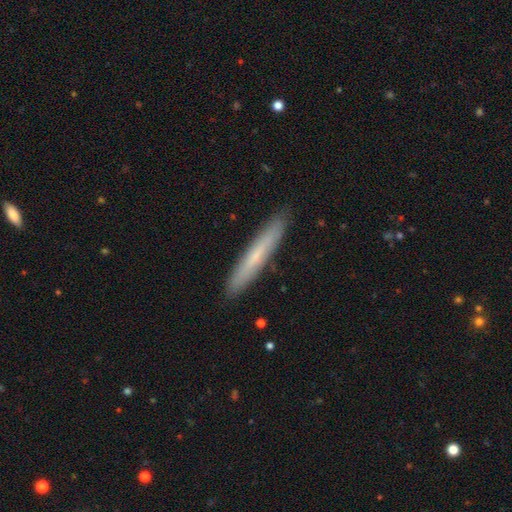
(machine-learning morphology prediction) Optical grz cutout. It shows a smooth galaxy with no disk features (61%) that is cigar-shaped (95%). Merging: none (90%).